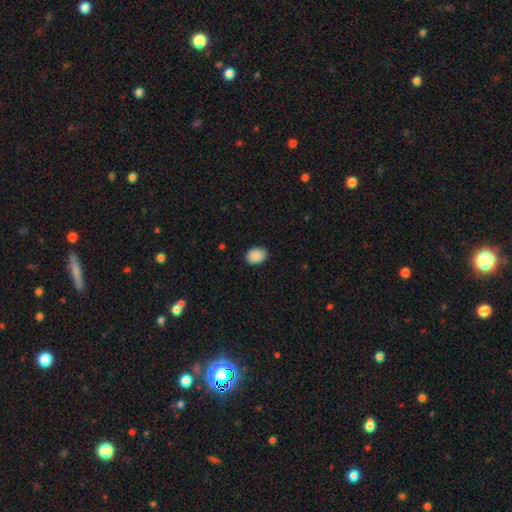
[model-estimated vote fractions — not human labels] smooth-or-featured: smooth: 90% | star or artifact: 8% | featured or disk: 3%
  how-rounded: in between: 61% | round: 38% | cigar-shaped: 1%
  merging: none: 88% | minor disturbance: 9% | major disturbance: 2% | merger: 1%